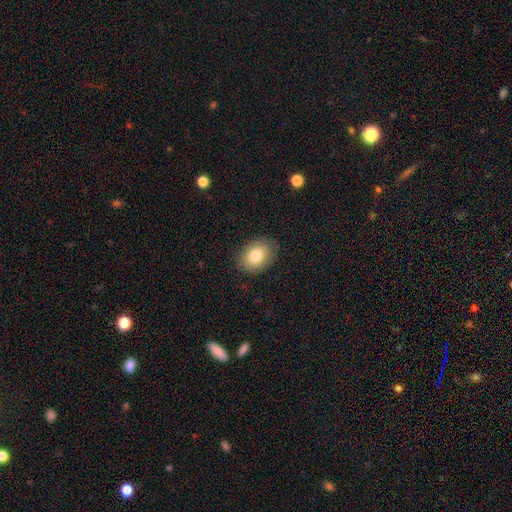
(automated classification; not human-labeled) Smooth or featured?
  - smooth: 79% *
  - featured or disk: 12%
  - star or artifact: 9%
How rounded?
  - in between: 65% *
  - round: 34%
  - cigar-shaped: 1%
Merging?
  - none: 86% *
  - minor disturbance: 11%
  - major disturbance: 3%
  - merger: 1%